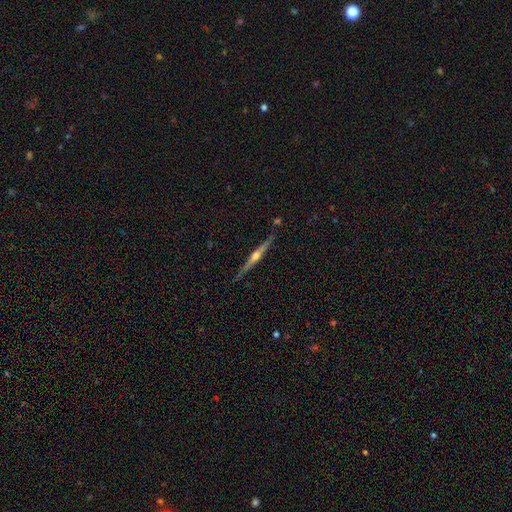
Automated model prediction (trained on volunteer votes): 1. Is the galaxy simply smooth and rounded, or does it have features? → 78% featured or disk, 16% smooth, 6% star or artifact.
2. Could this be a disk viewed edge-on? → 98% yes, 2% no.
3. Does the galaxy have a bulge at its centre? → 90% rounded, 6% none, 4% boxy.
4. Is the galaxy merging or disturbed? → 86% none, 11% minor disturbance, 2% merger, 2% major disturbance.